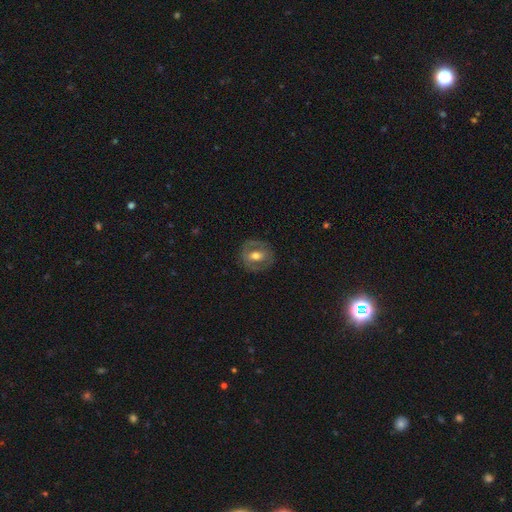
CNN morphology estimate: Smooth or featured? featured or disk (57%)
Edge-on disk? no (93%)
Bar? no (42%)
Spiral arms? no (73%)
Bulge size? moderate (71%)
Merging? none (80%)